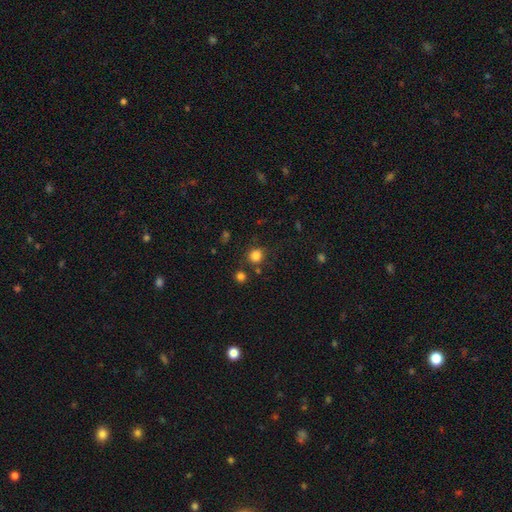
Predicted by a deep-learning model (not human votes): smooth 82%, star or artifact 13%, featured or disk 5%. Down the decision tree: how rounded — round (86%); merging — none (77%).